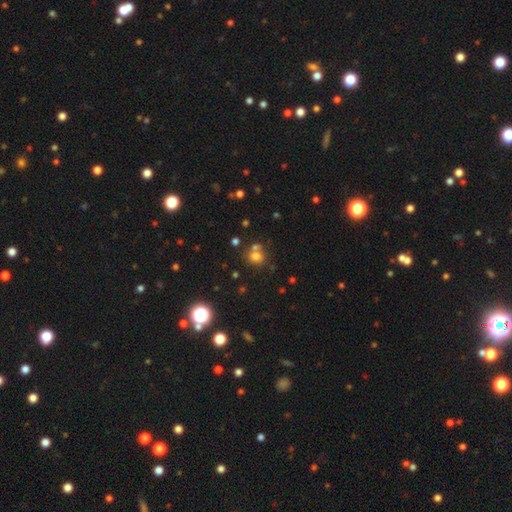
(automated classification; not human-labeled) Smooth or featured? Predicted: smooth (p=0.69). How rounded? Predicted: round (p=0.77). Merging? Predicted: none (p=0.59).